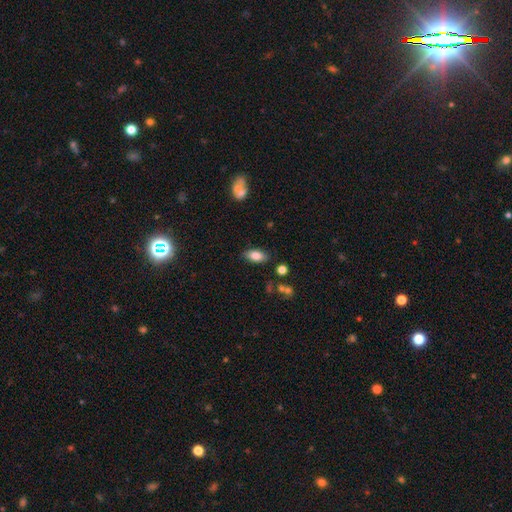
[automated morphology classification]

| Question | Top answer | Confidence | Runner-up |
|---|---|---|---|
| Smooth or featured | smooth | 81% | featured or disk (11%) |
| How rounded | in between | 90% | cigar-shaped (6%) |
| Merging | none | 83% | minor disturbance (12%) |